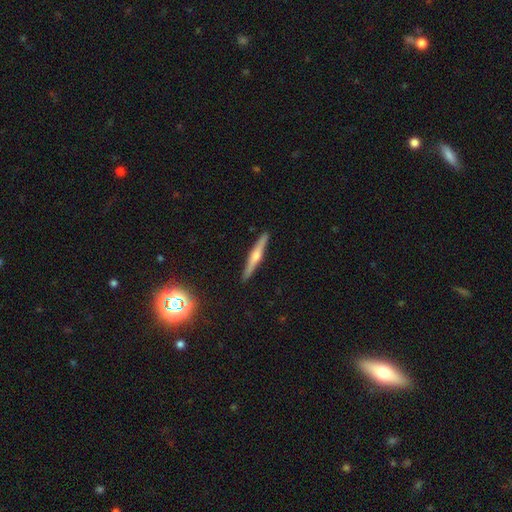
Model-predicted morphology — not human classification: type=featured or disk (69%); edge-on=yes (98%); edge-on bulge=rounded (87%); merging=none (92%).